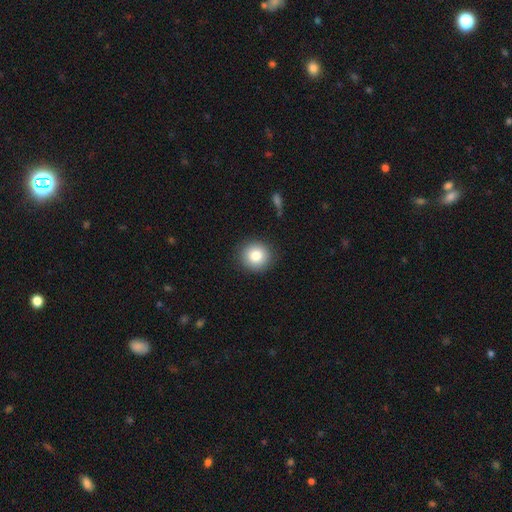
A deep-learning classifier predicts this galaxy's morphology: Smooth or featured? smooth (83%)
How rounded? round (91%)
Merging? none (89%)